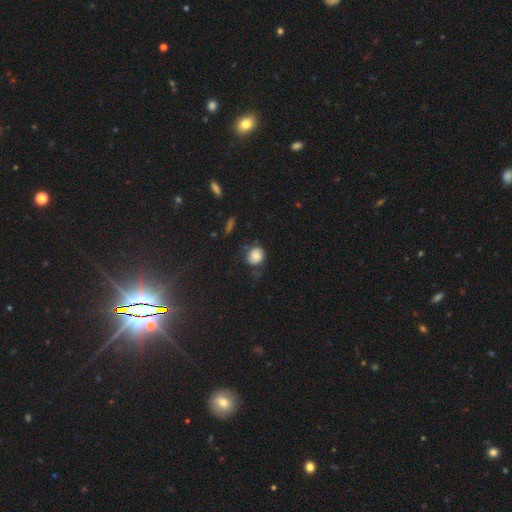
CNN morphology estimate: Overall: smooth (76%). How rounded: round (71%). Merging: none (53%; minor disturbance 30%).